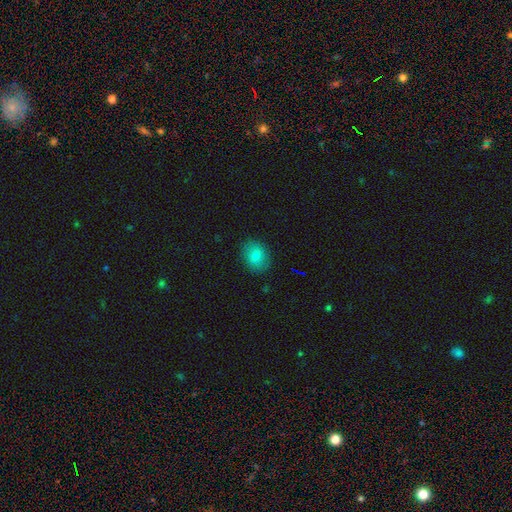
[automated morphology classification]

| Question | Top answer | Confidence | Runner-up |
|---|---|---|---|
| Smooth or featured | smooth | 78% | featured or disk (12%) |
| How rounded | in between | 51% | round (47%) |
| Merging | none | 85% | minor disturbance (11%) |